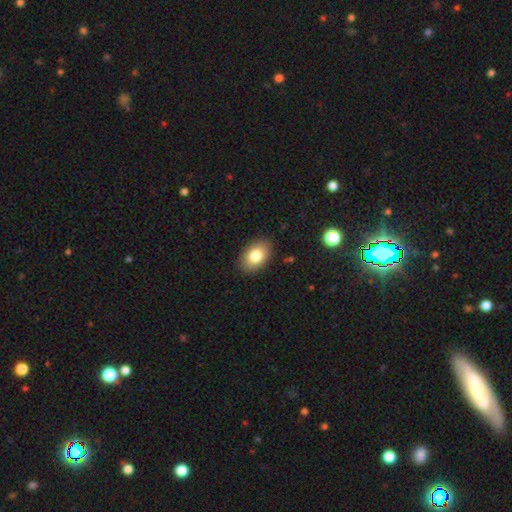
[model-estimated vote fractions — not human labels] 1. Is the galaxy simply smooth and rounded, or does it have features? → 82% smooth, 10% featured or disk, 8% star or artifact.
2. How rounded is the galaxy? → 87% in between, 12% round, 1% cigar-shaped.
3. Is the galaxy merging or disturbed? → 87% none, 9% minor disturbance, 2% major disturbance, 1% merger.